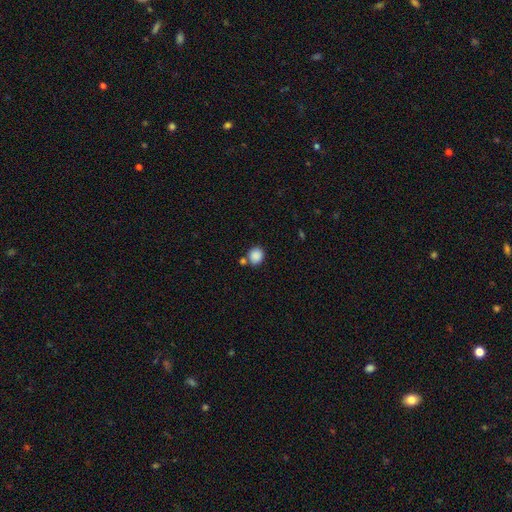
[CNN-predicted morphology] Q: Smooth or featured?
A: smooth (87%); runner-up: star or artifact (9%)
Q: How rounded?
A: round (75%); runner-up: in between (24%)
Q: Merging?
A: none (68%); runner-up: merger (17%)